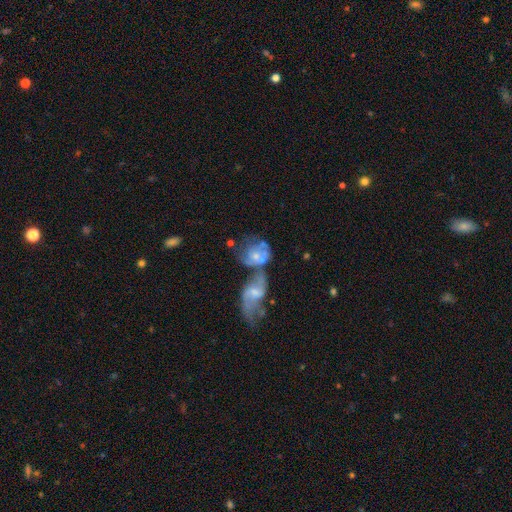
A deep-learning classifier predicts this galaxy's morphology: This is likely a featured or disk galaxy (64%). It is clearly not viewed edge-on (95%). Bar: likely no (60%). Spiral arm pattern: likely yes (74%). Central bulge: possibly small (46%). Merging: possibly merger (60%).